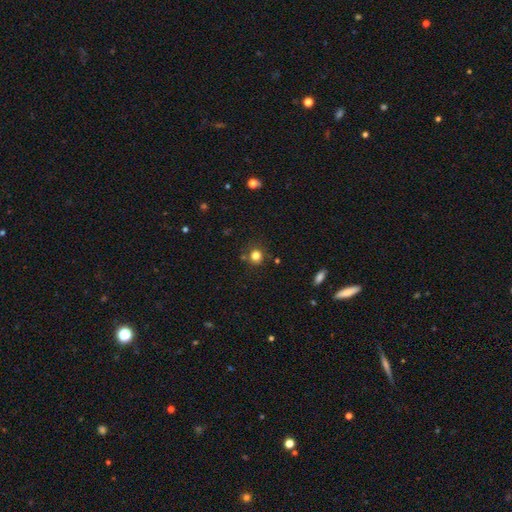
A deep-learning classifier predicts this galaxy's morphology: type=smooth (81%); roundness=round (88%); merging=none (79%).